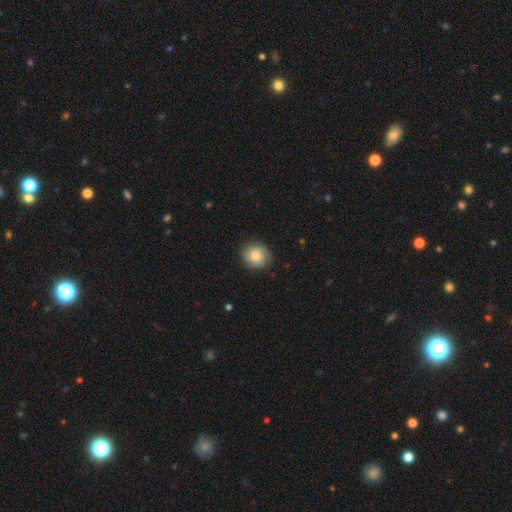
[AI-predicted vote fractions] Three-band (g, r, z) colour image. It shows a smooth galaxy with no disk features (83%) that is round (84%). Merging: none (84%).